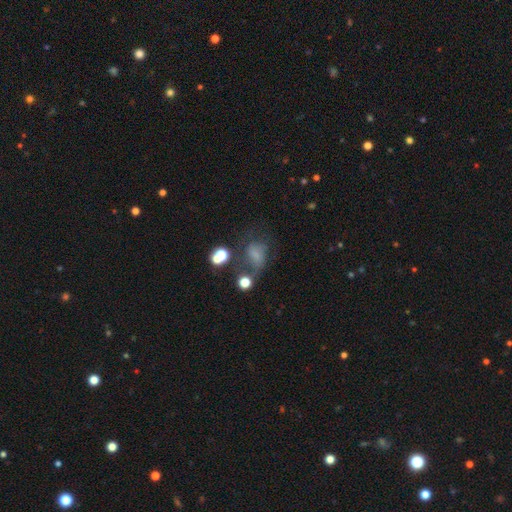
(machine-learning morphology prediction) Smooth or featured?
  - smooth: 46% *
  - featured or disk: 28%
  - star or artifact: 26%
Merging?
  - none: 37% *
  - major disturbance: 31%
  - minor disturbance: 21%
  - merger: 11%